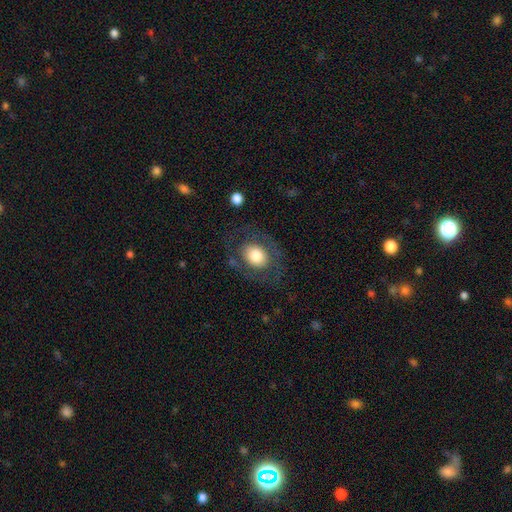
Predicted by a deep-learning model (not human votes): A smooth galaxy with no disk features (62%) that is in between round and cigar-shaped (57%). Merging: none (73%).